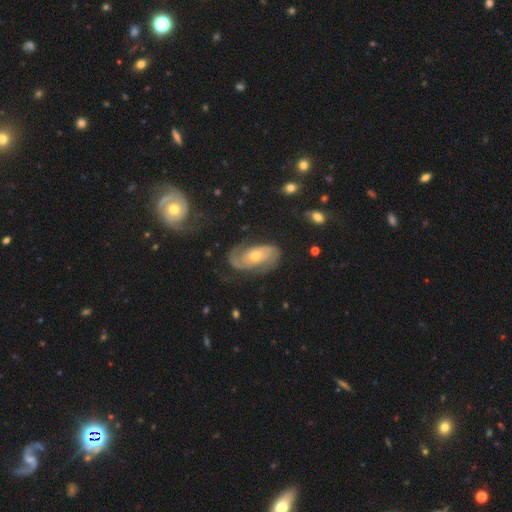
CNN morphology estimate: smooth_or_featured: featured or disk (p=0.82) [alt: smooth p=0.11]
disk_edge_on: no (p=0.96) [alt: yes p=0.04]
bar: no (p=0.65) [alt: weak p=0.25]
has_spiral_arms: yes (p=0.94) [alt: no p=0.06]
spiral_winding: medium (p=0.42) [alt: tight p=0.38]
spiral_arm_count: 2 (p=0.77) [alt: can't tell p=0.09]
bulge_size: small (p=0.49) [alt: moderate p=0.46]
merging: none (p=0.62) [alt: minor disturbance p=0.19]